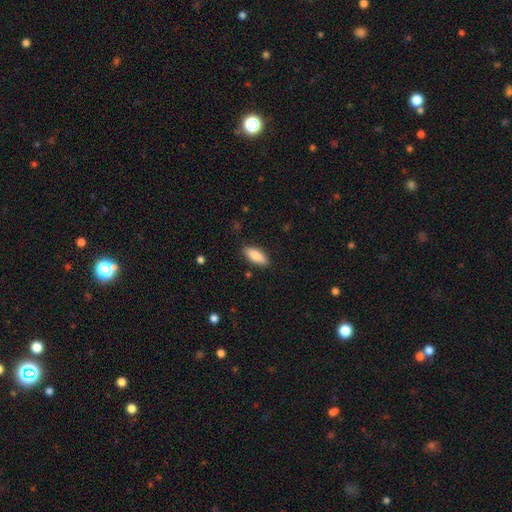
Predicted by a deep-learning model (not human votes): smooth_or_featured: smooth (p=0.85) [alt: featured or disk p=0.09]
how_rounded: in between (p=0.77) [alt: cigar-shaped p=0.21]
merging: none (p=0.86) [alt: minor disturbance p=0.10]